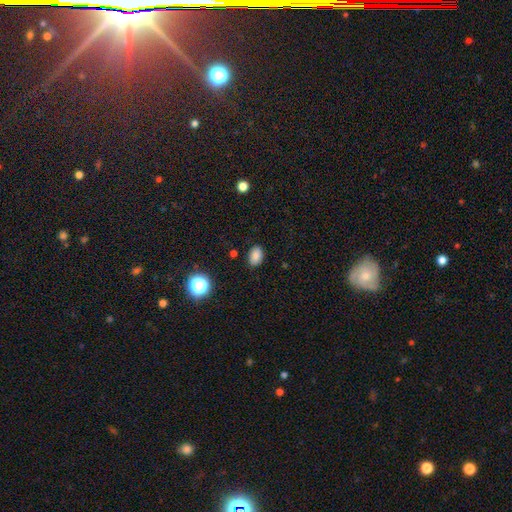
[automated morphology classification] A smooth galaxy with no disk features (84%) that is in between round and cigar-shaped (82%).

Vote fractions:
- Smooth or featured? smooth: 84% / star or artifact: 12% / featured or disk: 5%
- How rounded? in between: 82% / round: 17% / cigar-shaped: 1%
- Merging? none: 85% / minor disturbance: 11% / major disturbance: 3% / merger: 1%